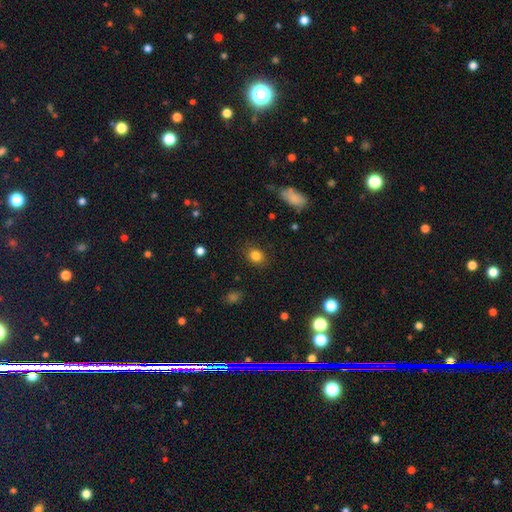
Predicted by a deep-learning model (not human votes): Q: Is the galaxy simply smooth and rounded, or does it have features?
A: smooth — 83%.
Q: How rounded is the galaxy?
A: round — 62%.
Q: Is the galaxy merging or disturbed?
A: none — 85%.